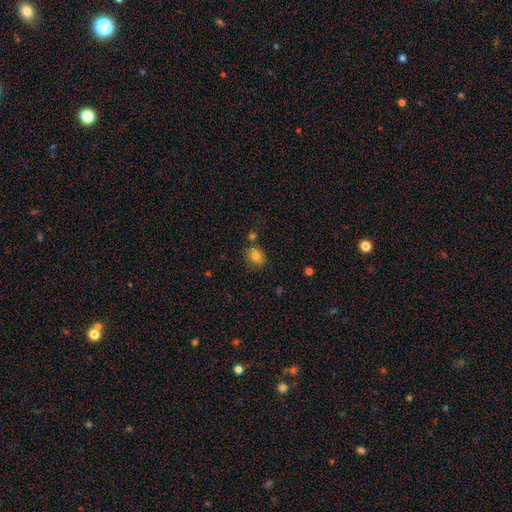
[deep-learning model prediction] Smooth or featured: smooth — 81% (star or artifact — 11%)
How rounded: in between — 50% (round — 49%)
Merging: none — 73% (minor disturbance — 15%)